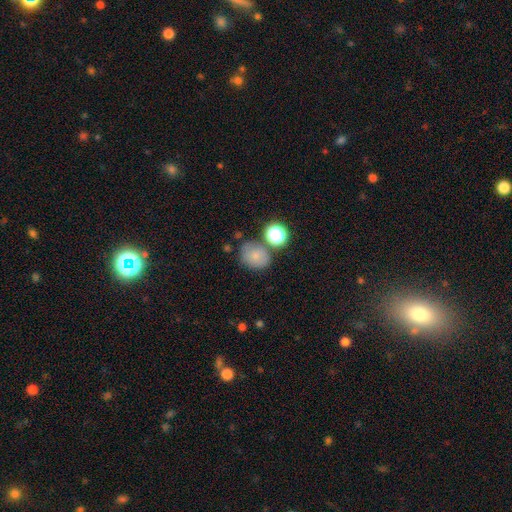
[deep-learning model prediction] Morphology: type=smooth (76%); roundness=round (56%); merging=none (62%).